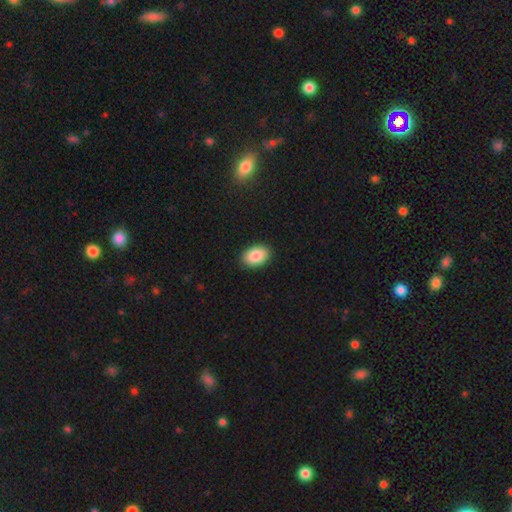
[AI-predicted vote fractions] The model was most divided on "how rounded": in between: 88%, round: 10%, cigar-shaped: 1%. More confident: merging — none (90%); smooth or featured — smooth (87%).